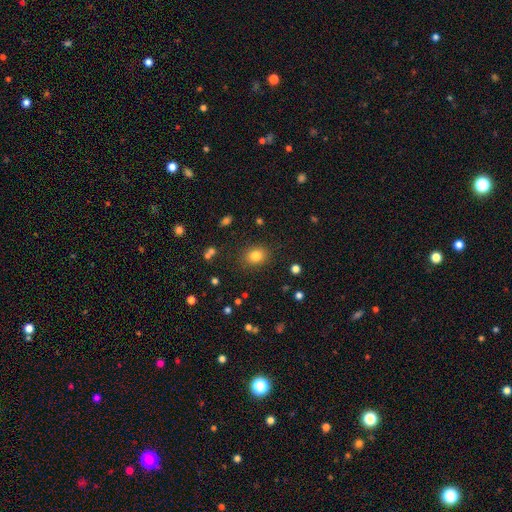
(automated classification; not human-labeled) This is clearly a smooth galaxy (81%). How rounded: possibly round (57%). Merging: clearly none (86%).